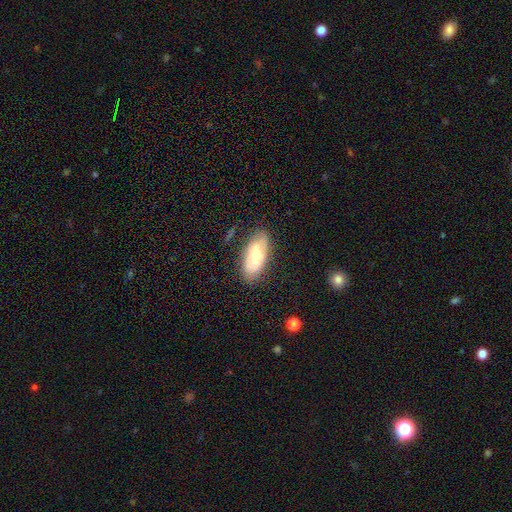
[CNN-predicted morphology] Smooth or featured? featured or disk (47%)
Merging? none (79%)